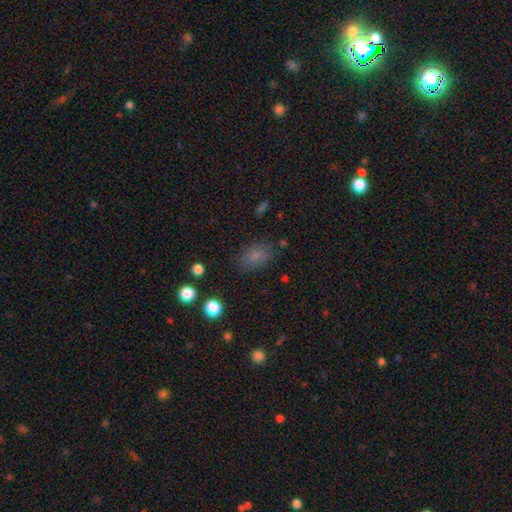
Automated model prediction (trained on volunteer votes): Q: Smooth or featured?
A: smooth (79%); runner-up: star or artifact (13%)
Q: How rounded?
A: in between (79%); runner-up: round (19%)
Q: Merging?
A: none (80%); runner-up: minor disturbance (13%)